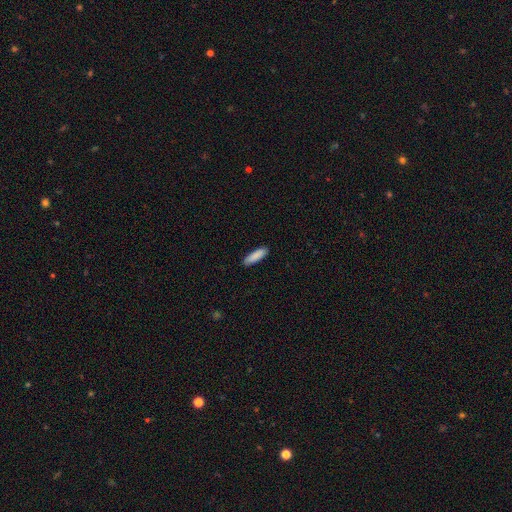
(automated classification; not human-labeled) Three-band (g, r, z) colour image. It shows a smooth galaxy with no disk features (89%) that is cigar-shaped (63%). Merging: none (90%).